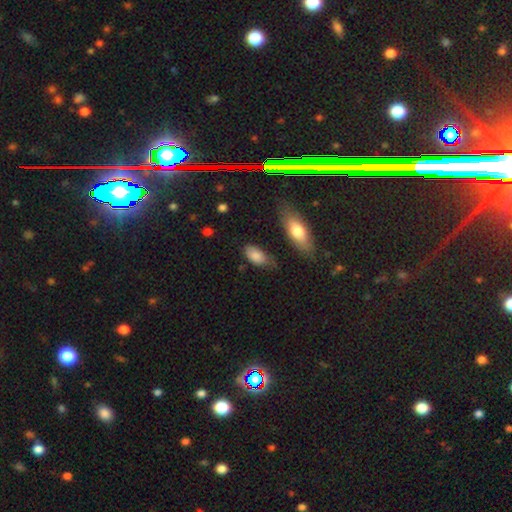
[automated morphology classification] The model was most divided on "merging": none: 58%, minor disturbance: 30%, major disturbance: 8%, merger: 5%. More confident: how rounded — in between (90%); smooth or featured — smooth (82%).